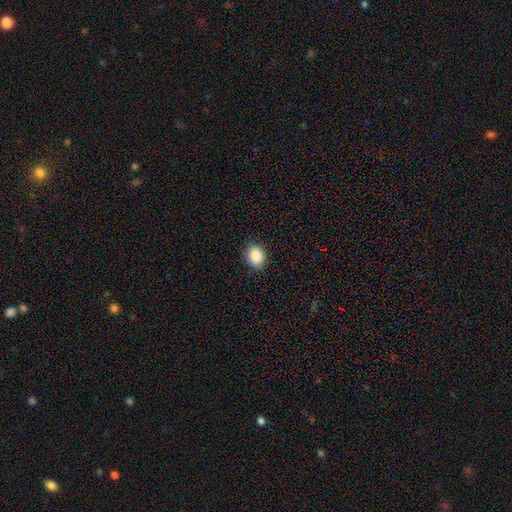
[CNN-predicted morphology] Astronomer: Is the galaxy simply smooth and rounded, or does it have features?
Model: smooth — 89%.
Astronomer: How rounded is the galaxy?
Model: in between — 68%.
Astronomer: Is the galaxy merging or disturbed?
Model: none — 89%.